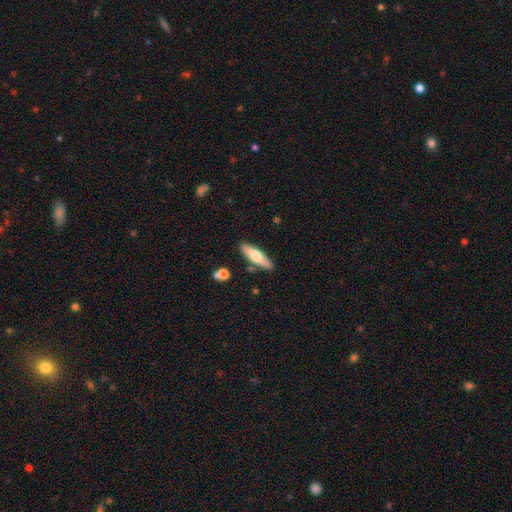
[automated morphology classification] A smooth galaxy with no disk features (63%) that is cigar-shaped (61%). Merging: none (83%).